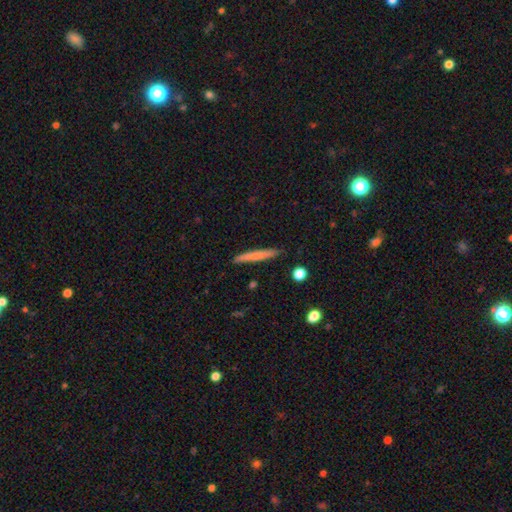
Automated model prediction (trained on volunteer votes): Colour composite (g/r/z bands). It shows a smooth galaxy with no disk features (67%) that is cigar-shaped (96%). Merging: none (89%).